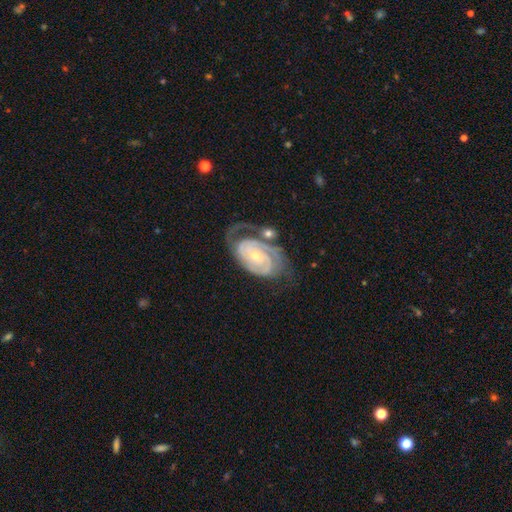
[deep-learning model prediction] A featured or disk galaxy (88%) with no bar (58%), 2 (61%) tight (67%) spiral arms (97%) and a small central bulge (66%). Merging: none (50%).